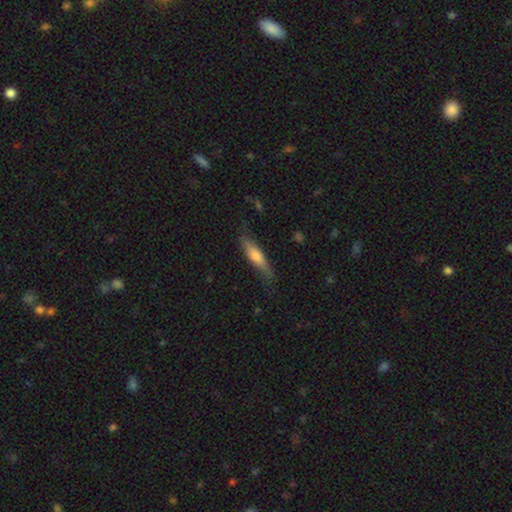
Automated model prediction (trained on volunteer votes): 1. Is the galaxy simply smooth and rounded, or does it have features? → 60% smooth, 34% featured or disk, 6% star or artifact.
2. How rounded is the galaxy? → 74% cigar-shaped, 24% in between, 2% round.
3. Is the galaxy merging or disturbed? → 71% none, 22% minor disturbance, 5% major disturbance, 2% merger.